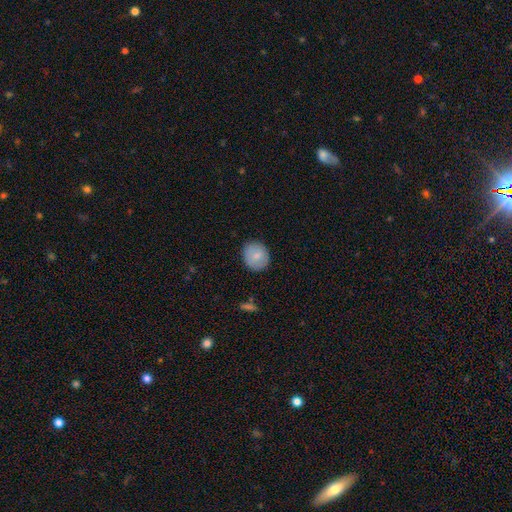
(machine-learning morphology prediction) smooth 78%, featured or disk 15%, star or artifact 7%. Down the decision tree: how rounded — round (77%); merging — none (86%).